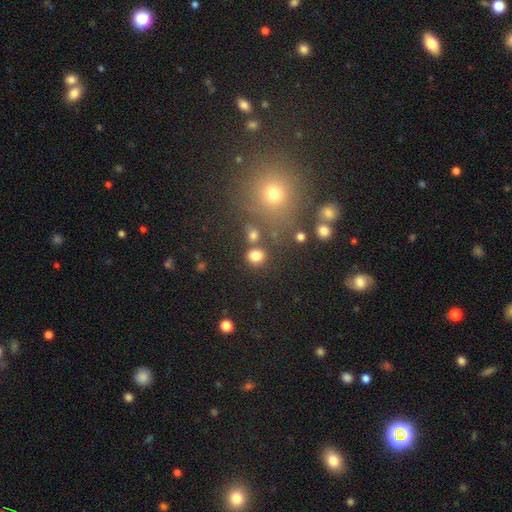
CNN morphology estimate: Smooth or featured? Predicted: smooth (p=0.80). How rounded? Predicted: round (p=0.78). Merging? Predicted: none (p=0.76).